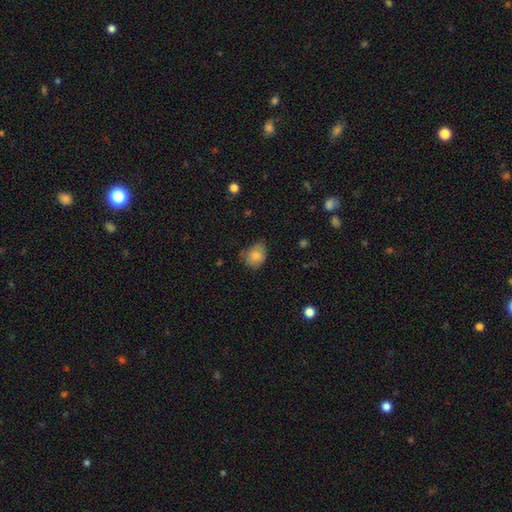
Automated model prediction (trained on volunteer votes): Morphology: type=smooth (81%); roundness=in between (50%); merging=none (59%).